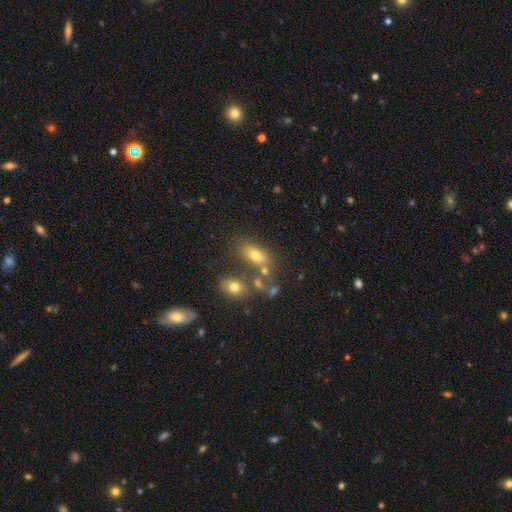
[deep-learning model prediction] Overall: smooth (67%). How rounded: in between (81%). Merging: none (56%; merger 22%).